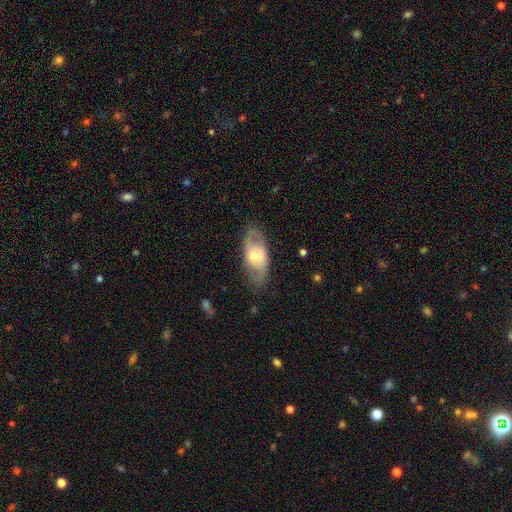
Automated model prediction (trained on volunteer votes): smooth-or-featured: featured or disk: 53% | smooth: 41% | star or artifact: 6%
  disk-edge-on: no: 84% | yes: 16%
  merging: none: 78% | minor disturbance: 15% | major disturbance: 5% | merger: 1%